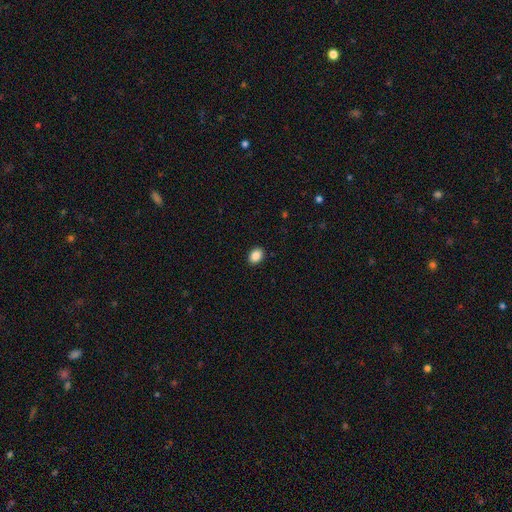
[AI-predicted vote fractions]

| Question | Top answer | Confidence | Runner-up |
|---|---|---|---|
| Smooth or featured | smooth | 88% | star or artifact (9%) |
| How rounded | in between | 62% | round (37%) |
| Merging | none | 91% | minor disturbance (6%) |